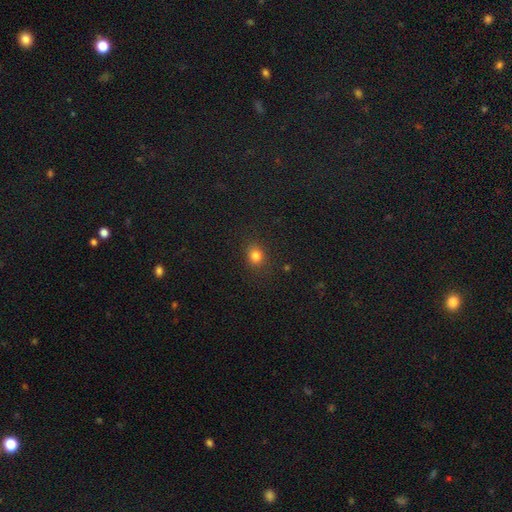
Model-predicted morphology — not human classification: Smooth or featured?
  - smooth: 81% *
  - star or artifact: 14%
  - featured or disk: 5%
How rounded?
  - round: 69% *
  - in between: 30%
  - cigar-shaped: 1%
Merging?
  - none: 86% *
  - minor disturbance: 9%
  - major disturbance: 3%
  - merger: 1%